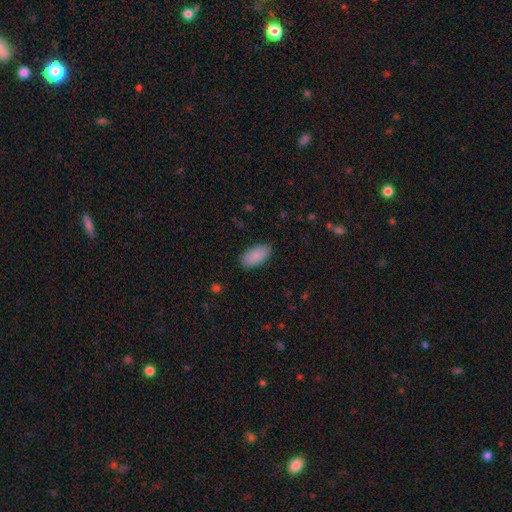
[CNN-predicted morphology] smooth-or-featured: smooth: 88% | star or artifact: 7% | featured or disk: 5%
  how-rounded: in between: 94% | cigar-shaped: 4% | round: 2%
  merging: none: 86% | minor disturbance: 10% | major disturbance: 2% | merger: 1%